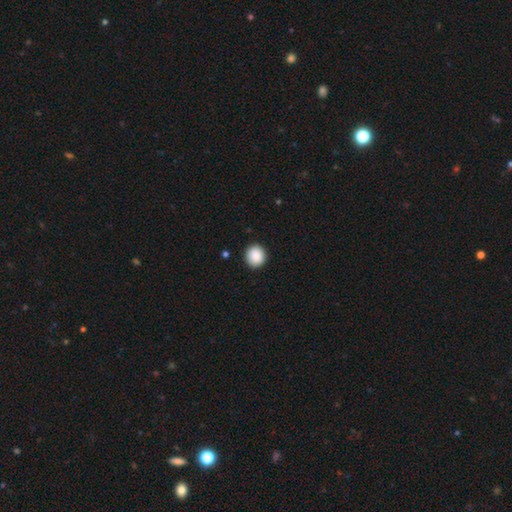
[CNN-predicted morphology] Smooth or featured? smooth (89%)
How rounded? round (90%)
Merging? none (91%)